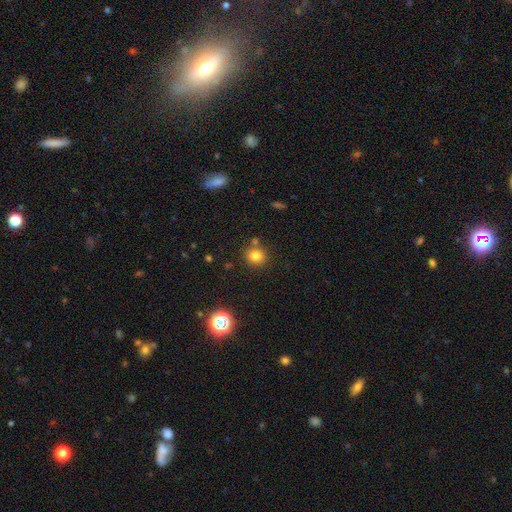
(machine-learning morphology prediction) This appears to be a smooth galaxy with no disk features (79%) that is round (85%). Merging: none (77%).